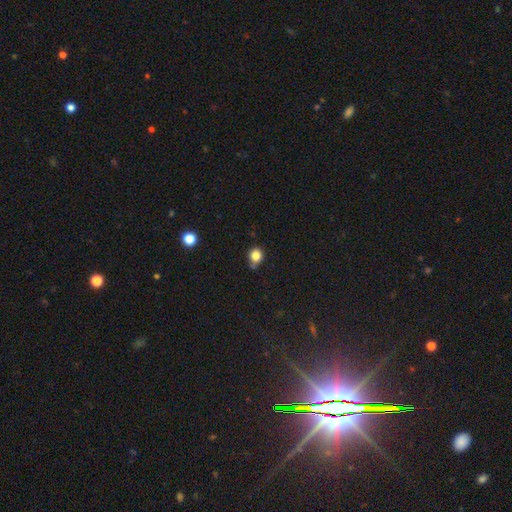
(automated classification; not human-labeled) Morphology: type=smooth (82%); roundness=round (84%); merging=none (68%).